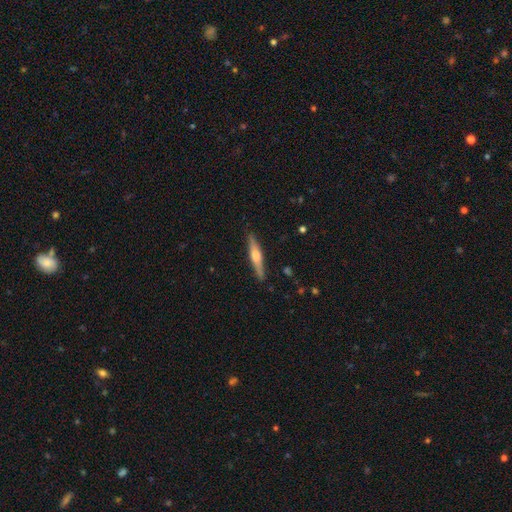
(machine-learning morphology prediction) Smooth or featured? Predicted: featured or disk (p=0.59). Edge-on disk? Predicted: yes (p=0.97). Edge-on bulge? Predicted: rounded (p=0.84). Merging? Predicted: none (p=0.89).